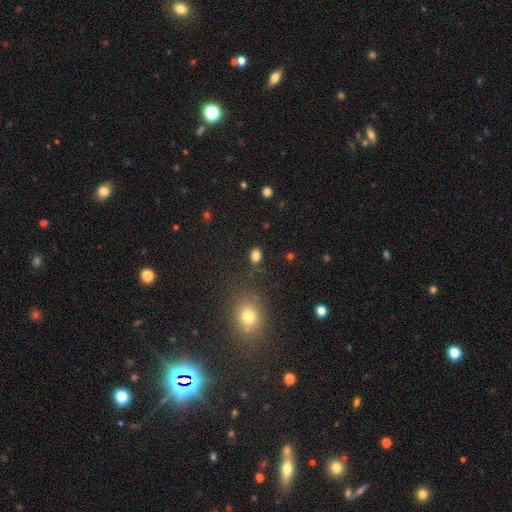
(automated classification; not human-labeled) Smooth or featured: smooth — 82% (star or artifact — 13%)
How rounded: in between — 79% (round — 19%)
Merging: none — 80% (minor disturbance — 13%)